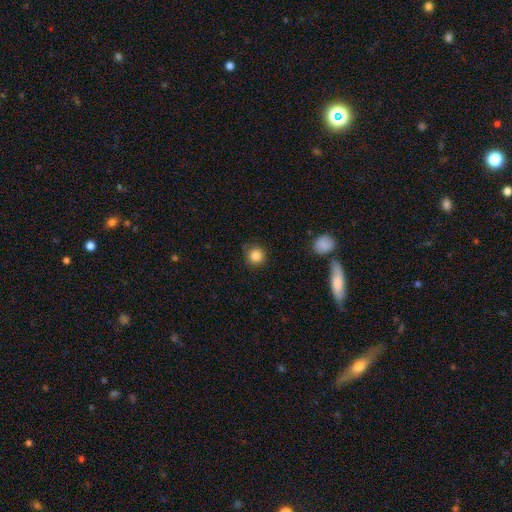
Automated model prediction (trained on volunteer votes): Q: Smooth or featured?
A: smooth (85%); runner-up: star or artifact (11%)
Q: How rounded?
A: round (93%); runner-up: in between (6%)
Q: Merging?
A: none (83%); runner-up: minor disturbance (12%)